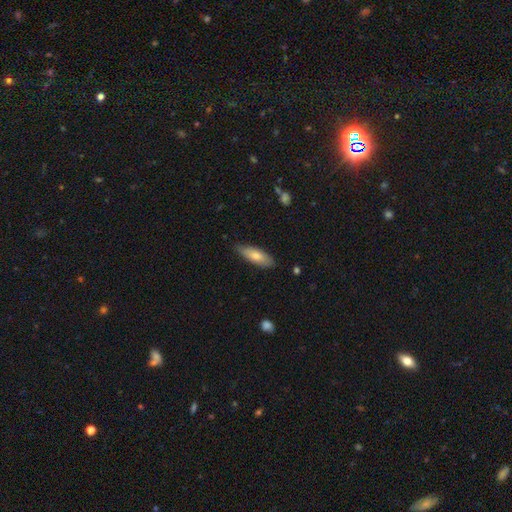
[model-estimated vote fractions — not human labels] Overall: smooth (75%). How rounded: in between (63%; cigar-shaped 35%). Merging: none (80%).